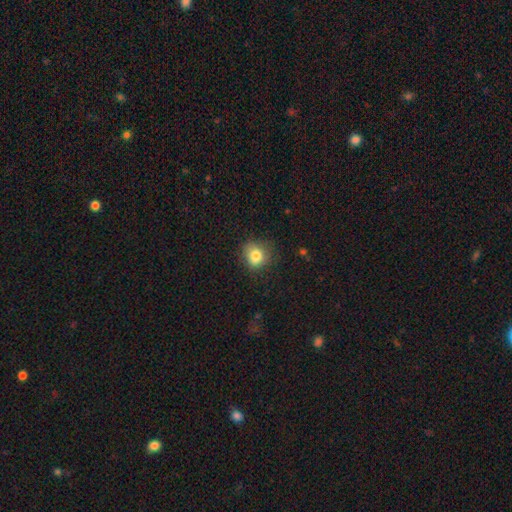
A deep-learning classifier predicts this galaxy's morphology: smooth_or_featured: smooth (p=0.81) [alt: star or artifact p=0.11]
how_rounded: round (p=0.73) [alt: in between p=0.26]
merging: none (p=0.71) [alt: minor disturbance p=0.21]